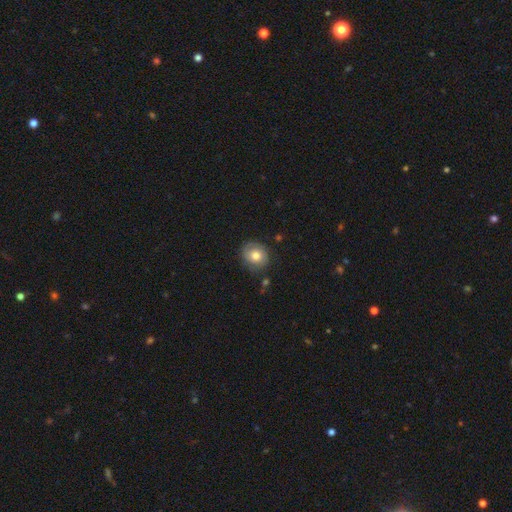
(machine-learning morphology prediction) This appears to be a smooth galaxy with no disk features (61%) that is round (81%). Merging: none (79%).